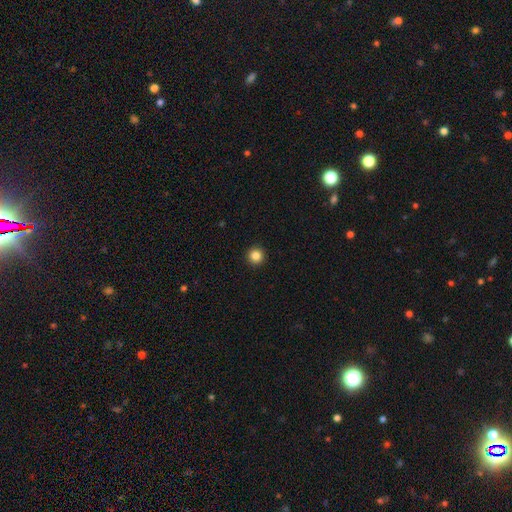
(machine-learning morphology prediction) smooth_or_featured: smooth (p=0.85) [alt: star or artifact p=0.11]
how_rounded: round (p=0.96) [alt: in between p=0.03]
merging: none (p=0.94) [alt: minor disturbance p=0.04]